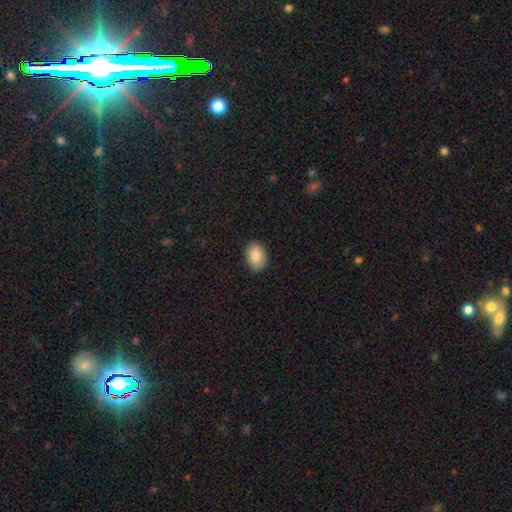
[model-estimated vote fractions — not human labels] Smooth or featured? smooth (87%)
How rounded? in between (77%)
Merging? none (88%)